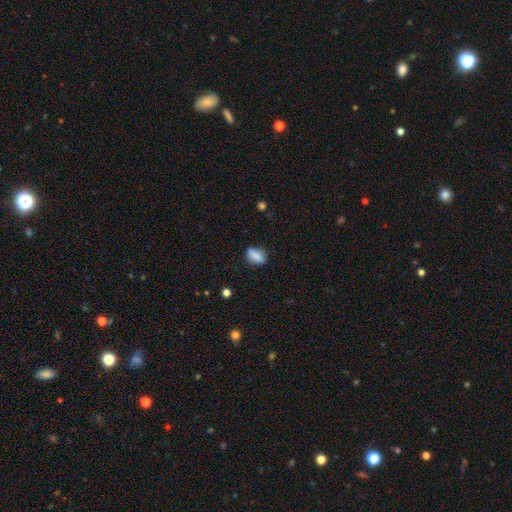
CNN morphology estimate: Q: Smooth or featured?
A: smooth (82%); runner-up: featured or disk (10%)
Q: How rounded?
A: in between (78%); runner-up: round (13%)
Q: Merging?
A: none (69%); runner-up: minor disturbance (23%)